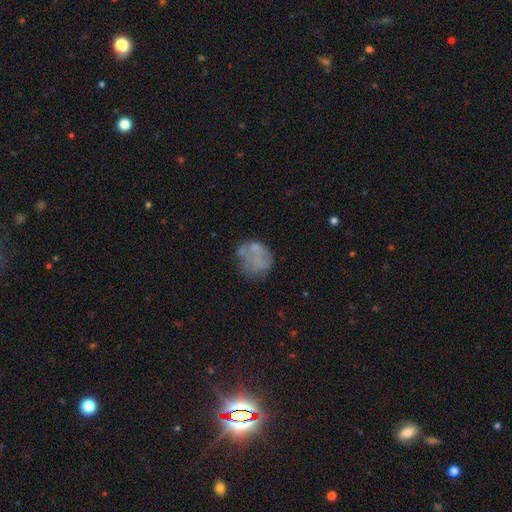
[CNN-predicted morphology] Smooth or featured? smooth (48%)
Merging? none (52%)